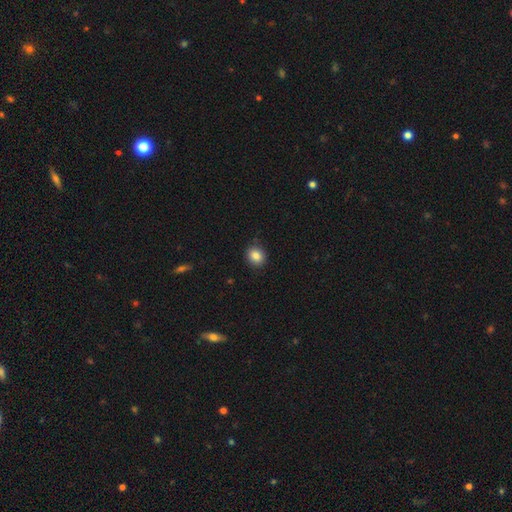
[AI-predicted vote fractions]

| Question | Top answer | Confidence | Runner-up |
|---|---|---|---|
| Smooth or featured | smooth | 85% | star or artifact (10%) |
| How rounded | round | 70% | in between (29%) |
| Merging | none | 85% | minor disturbance (11%) |